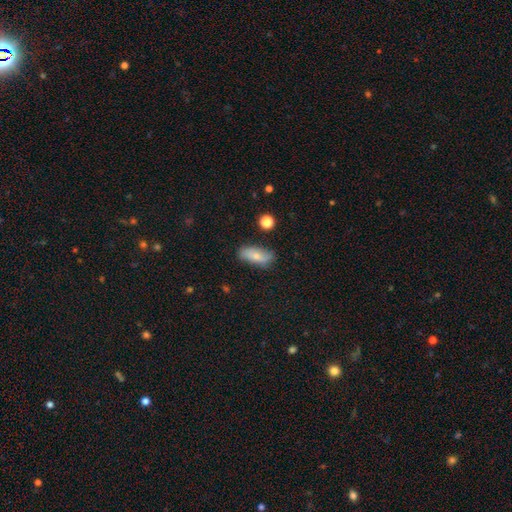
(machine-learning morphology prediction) A smooth galaxy with no disk features (66%) that is in between round and cigar-shaped (75%). Merging: none (75%).